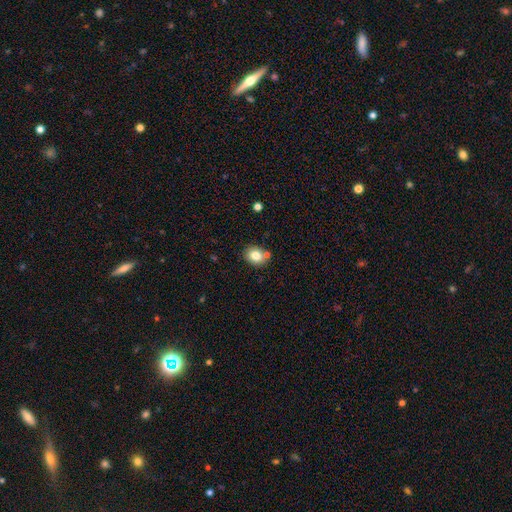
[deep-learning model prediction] smooth-or-featured: smooth: 80% | star or artifact: 10% | featured or disk: 10%
  how-rounded: round: 61% | in between: 38% | cigar-shaped: 1%
  merging: none: 73% | merger: 13% | minor disturbance: 11% | major disturbance: 3%